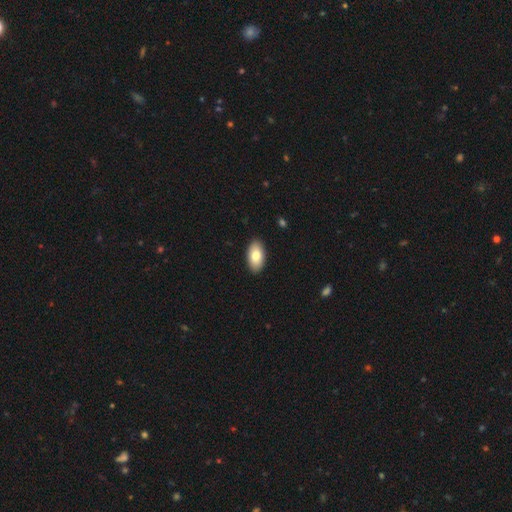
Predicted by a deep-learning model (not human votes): Overall: smooth (80%). How rounded: in between (95%). Merging: none (90%).